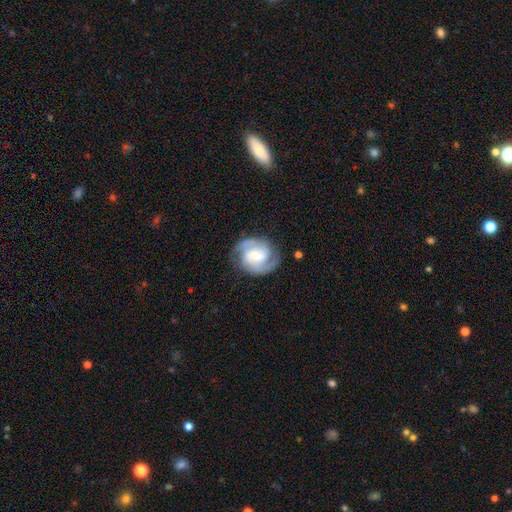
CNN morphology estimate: A featured or disk galaxy (83%) with a weak bar (51%), 2 (85%) medium (48%) spiral arms (96%) and a moderate central bulge (41%).

Vote fractions:
- Smooth or featured? featured or disk: 83% / smooth: 12% / star or artifact: 5%
- Edge-on disk? no: 98% / yes: 2%
- Bar? weak: 51% / no: 25% / strong: 24%
- Spiral arms? yes: 96% / no: 4%
- Spiral winding? medium: 48% / tight: 39% / loose: 12%
- Spiral arm count? 2: 85% / can't tell: 6% / 3: 5% / 1: 2% / 4: 1% / more than 4: 1%
- Bulge size? moderate: 41% / small: 39% / large: 10% / none: 8% / dominant: 2%
- Merging? none: 78% / minor disturbance: 15% / major disturbance: 6% / merger: 1%